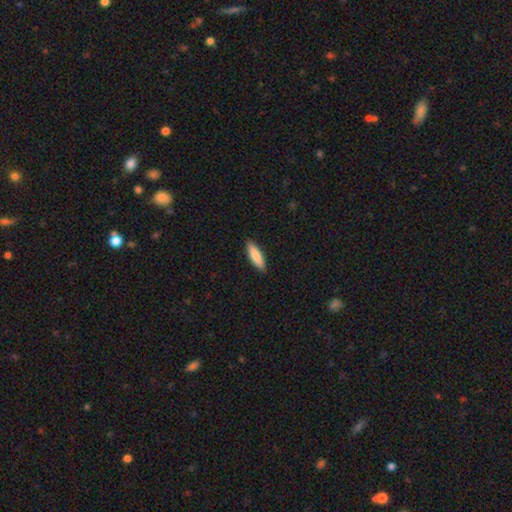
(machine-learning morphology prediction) Q: Smooth or featured?
A: smooth (83%); runner-up: featured or disk (12%)
Q: How rounded?
A: cigar-shaped (61%); runner-up: in between (37%)
Q: Merging?
A: none (90%); runner-up: minor disturbance (8%)